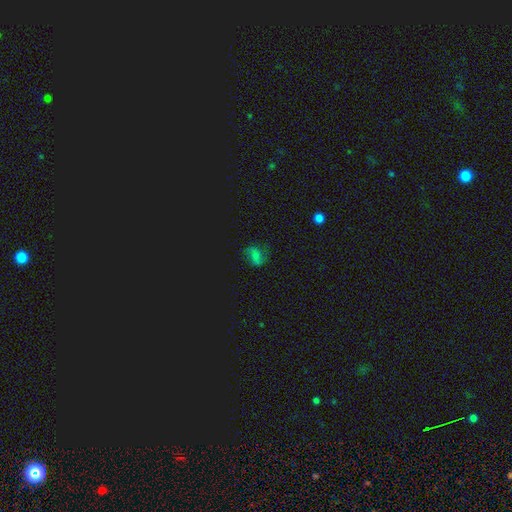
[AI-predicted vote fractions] Smooth or featured: smooth — 44% (star or artifact — 28%)
Merging: none — 66% (minor disturbance — 22%)